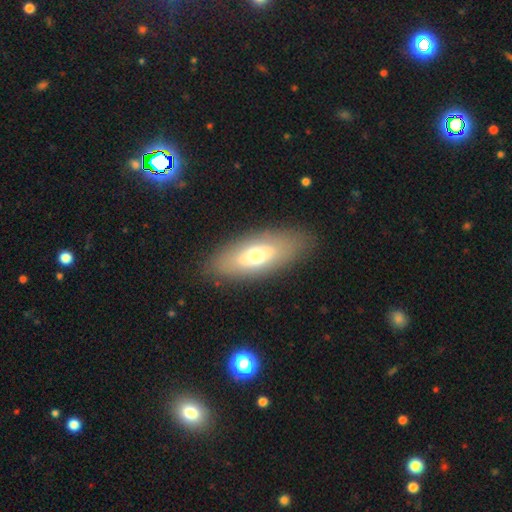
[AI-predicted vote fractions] smooth 57%, featured or disk 36%, star or artifact 7%. Down the decision tree: how rounded — in between (82%); merging — none (84%).